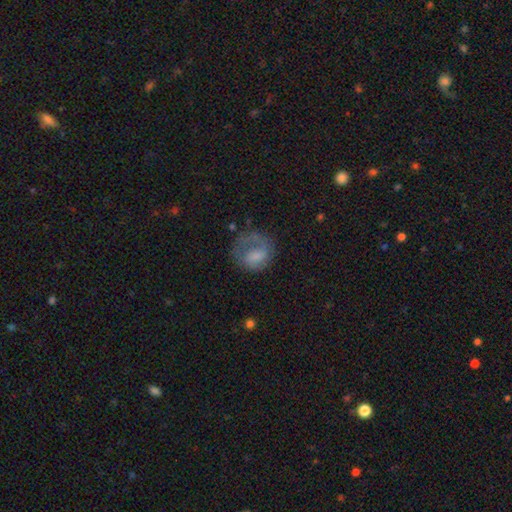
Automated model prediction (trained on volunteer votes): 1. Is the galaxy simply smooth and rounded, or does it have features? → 57% smooth, 34% featured or disk, 9% star or artifact.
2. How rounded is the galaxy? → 69% round, 29% in between, 1% cigar-shaped.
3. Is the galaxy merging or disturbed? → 42% none, 33% major disturbance, 23% minor disturbance, 2% merger.